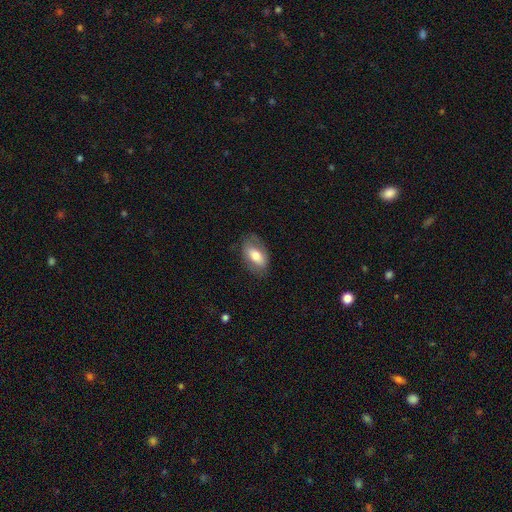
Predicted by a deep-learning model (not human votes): Overall: smooth (64%; featured or disk 29%). How rounded: in between (91%). Merging: none (75%).